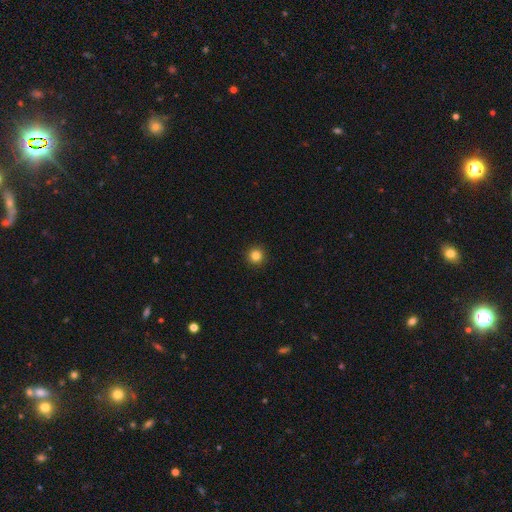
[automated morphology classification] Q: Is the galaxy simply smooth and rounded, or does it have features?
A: smooth — 84%.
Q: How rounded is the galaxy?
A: round — 96%.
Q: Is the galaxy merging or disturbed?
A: none — 93%.